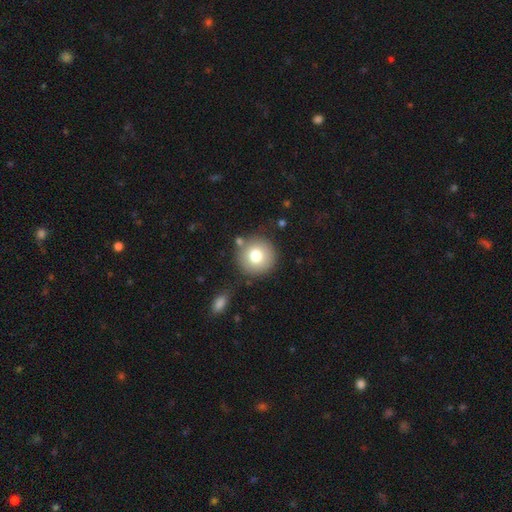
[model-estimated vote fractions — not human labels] Smooth or featured? Predicted: smooth (p=0.76). How rounded? Predicted: round (p=0.95). Merging? Predicted: none (p=0.80).